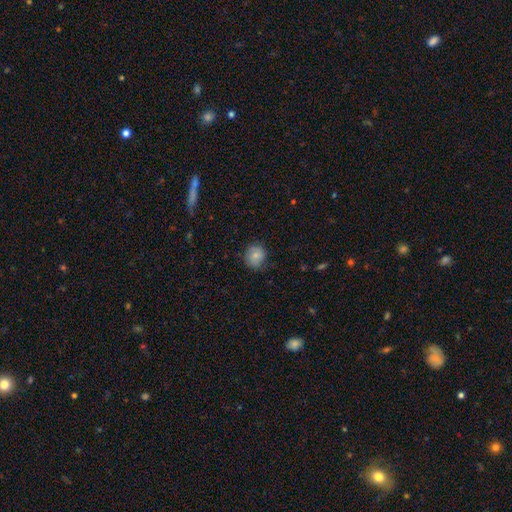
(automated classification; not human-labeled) smooth 78%, featured or disk 13%, star or artifact 9%. Down the decision tree: how rounded — round (83%); merging — none (79%).